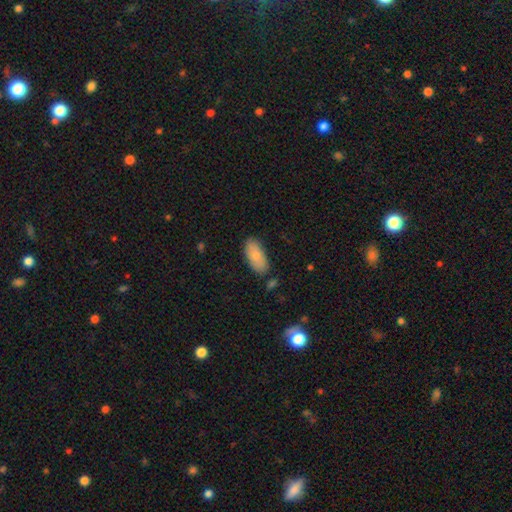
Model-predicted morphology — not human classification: Q: Smooth or featured?
A: smooth (83%); runner-up: featured or disk (11%)
Q: How rounded?
A: in between (91%); runner-up: cigar-shaped (7%)
Q: Merging?
A: none (80%); runner-up: minor disturbance (14%)